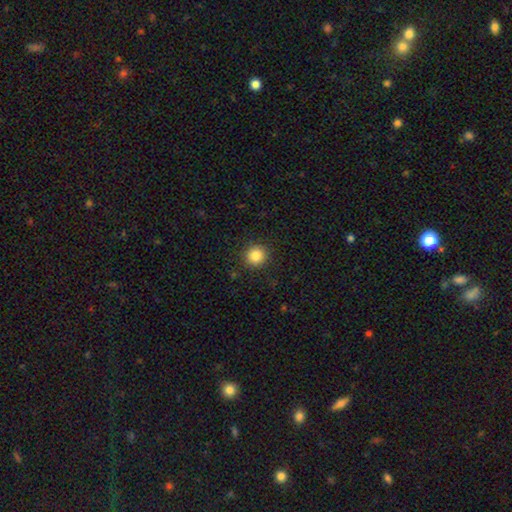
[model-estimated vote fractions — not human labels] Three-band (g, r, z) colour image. It shows a smooth galaxy with no disk features (85%) that is round (93%). Merging: none (90%).